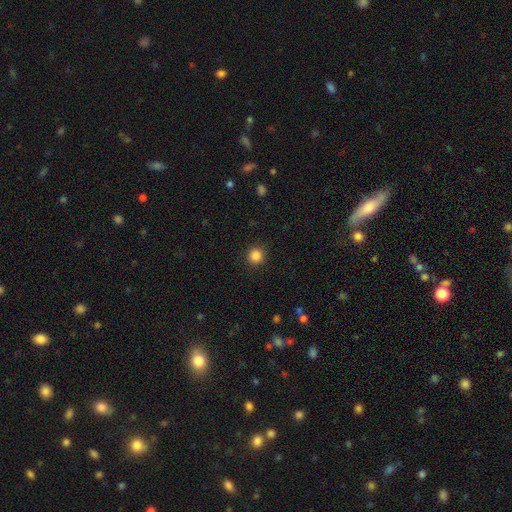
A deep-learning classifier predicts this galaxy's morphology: smooth 85%, star or artifact 11%, featured or disk 3%. Down the decision tree: how rounded — round (94%); merging — none (91%).